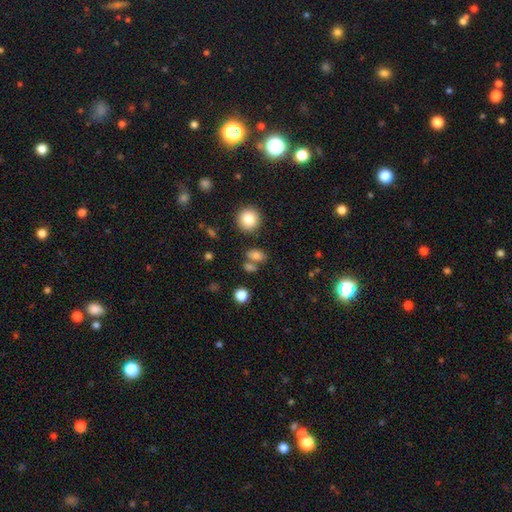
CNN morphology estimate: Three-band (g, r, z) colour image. It shows a smooth galaxy with no disk features (79%) that is in between round and cigar-shaped (72%). Merging: none (59%).